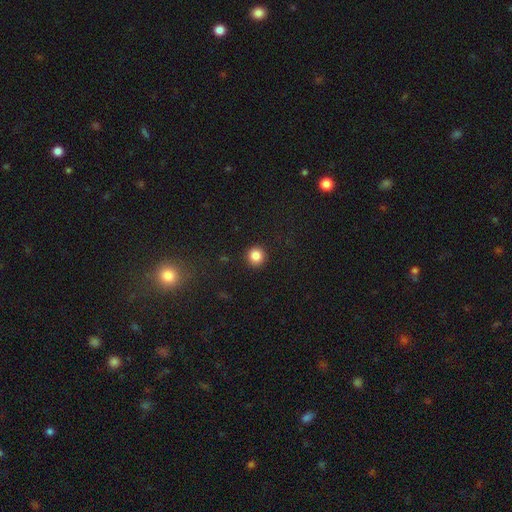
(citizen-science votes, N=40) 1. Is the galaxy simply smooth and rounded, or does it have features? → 90% smooth, 5% featured or disk, 5% star or artifact.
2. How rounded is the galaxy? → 94% round, 6% in between, 0% cigar-shaped.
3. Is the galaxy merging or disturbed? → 95% none, 5% minor disturbance, 0% major disturbance, 0% merger.